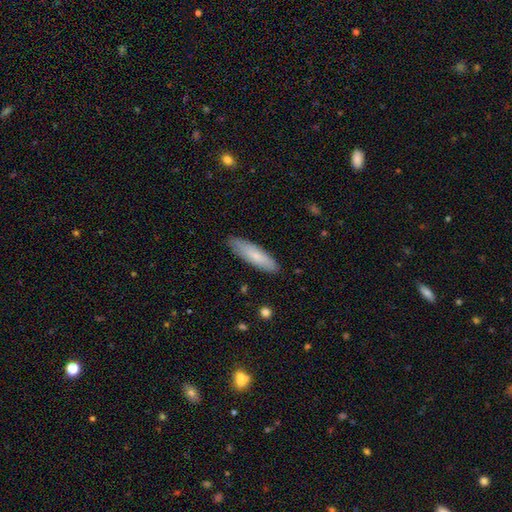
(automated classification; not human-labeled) Morphology: type=smooth (73%); roundness=cigar-shaped (67%); merging=none (85%).